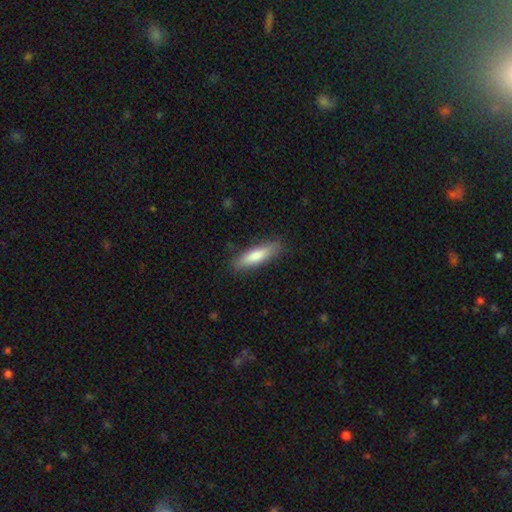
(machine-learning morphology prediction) Overall: smooth (77%). How rounded: cigar-shaped (67%; in between 32%). Merging: none (86%).